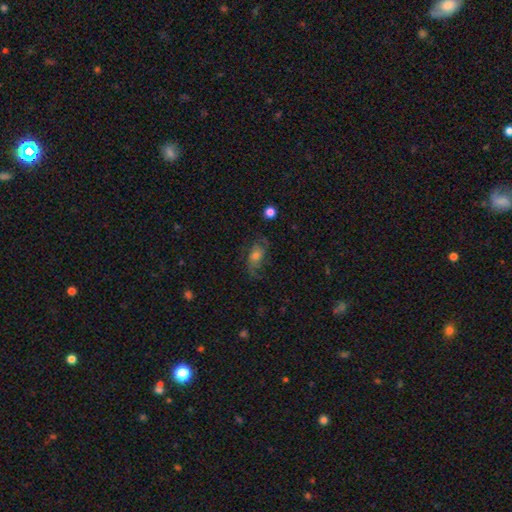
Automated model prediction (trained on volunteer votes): The model was most divided on "smooth or featured": featured or disk: 48%, smooth: 41%, star or artifact: 12%. More confident: merging — none (60%).